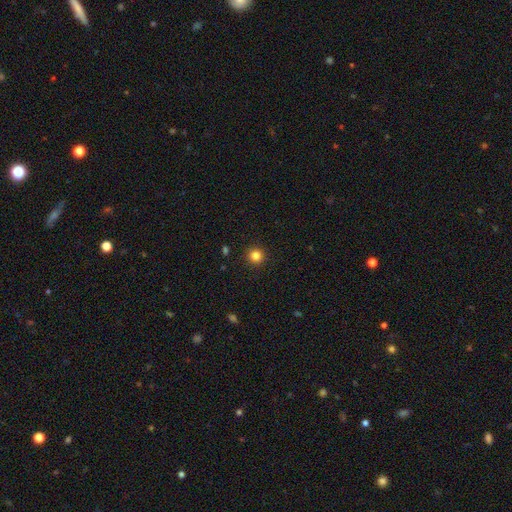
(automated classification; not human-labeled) This is clearly a smooth galaxy (83%). How rounded: clearly round (95%). Merging: clearly none (92%).